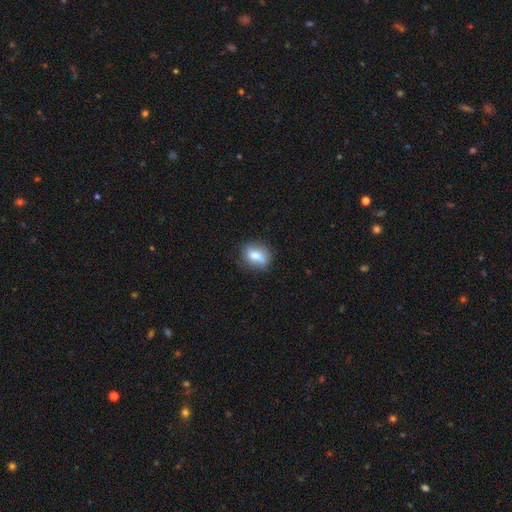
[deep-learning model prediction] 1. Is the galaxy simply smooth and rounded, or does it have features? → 72% smooth, 19% featured or disk, 9% star or artifact.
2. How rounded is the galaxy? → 60% in between, 36% round, 4% cigar-shaped.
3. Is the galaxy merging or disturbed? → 69% none, 22% minor disturbance, 6% major disturbance, 3% merger.